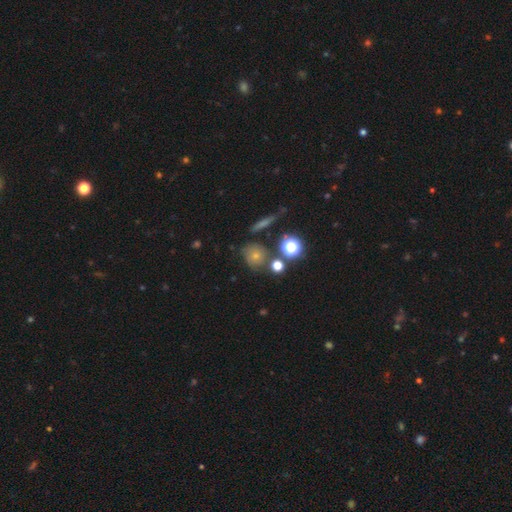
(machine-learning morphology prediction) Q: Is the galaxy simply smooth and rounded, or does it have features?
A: smooth — 67%.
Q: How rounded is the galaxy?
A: round — 81%.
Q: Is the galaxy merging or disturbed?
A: none — 66%.